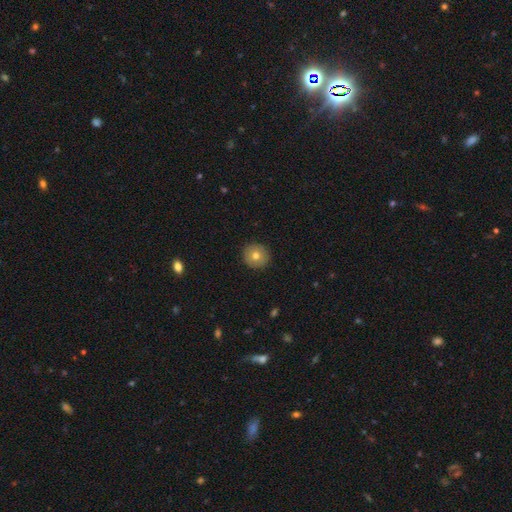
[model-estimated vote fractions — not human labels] Overall: smooth (74%). How rounded: round (93%). Merging: none (92%).